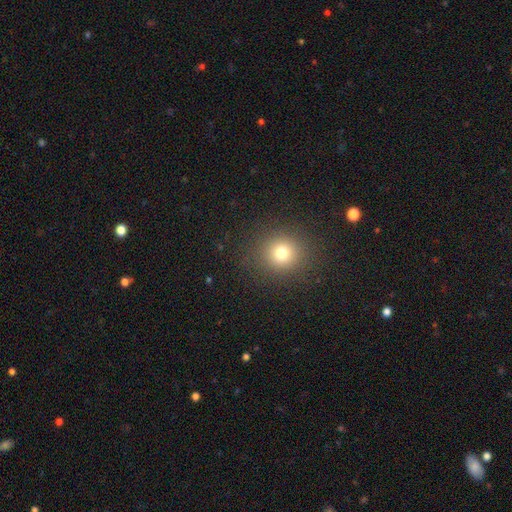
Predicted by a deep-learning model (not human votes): Morphology: type=smooth (68%); roundness=round (85%); merging=none (92%).